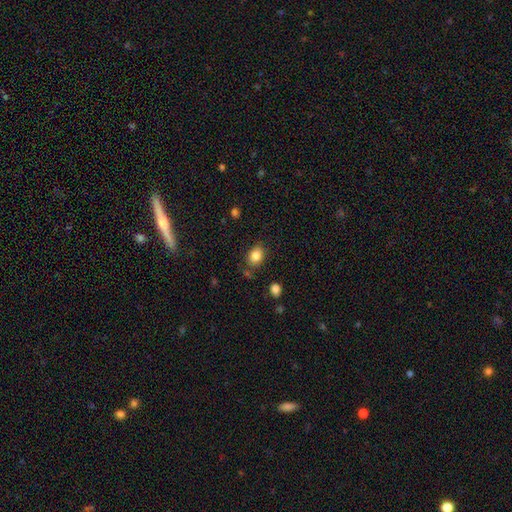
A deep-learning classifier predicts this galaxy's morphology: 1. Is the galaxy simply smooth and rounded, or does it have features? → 84% smooth, 9% star or artifact, 6% featured or disk.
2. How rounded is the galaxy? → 68% in between, 31% round, 1% cigar-shaped.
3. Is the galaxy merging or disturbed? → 78% none, 14% minor disturbance, 5% merger, 4% major disturbance.